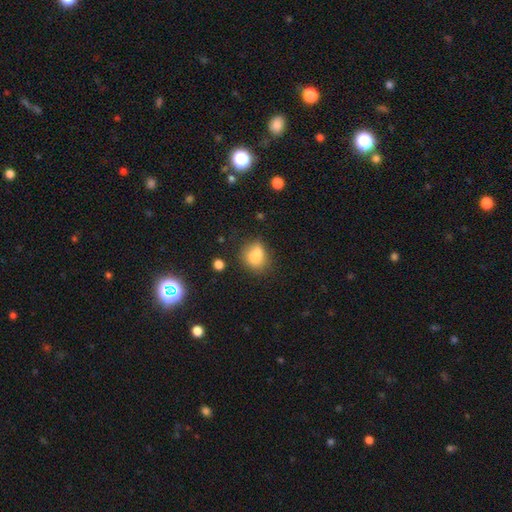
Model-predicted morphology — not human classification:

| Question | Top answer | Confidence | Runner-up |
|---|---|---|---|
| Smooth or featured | smooth | 75% | featured or disk (14%) |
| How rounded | in between | 55% | round (42%) |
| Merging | none | 49% | minor disturbance (24%) |